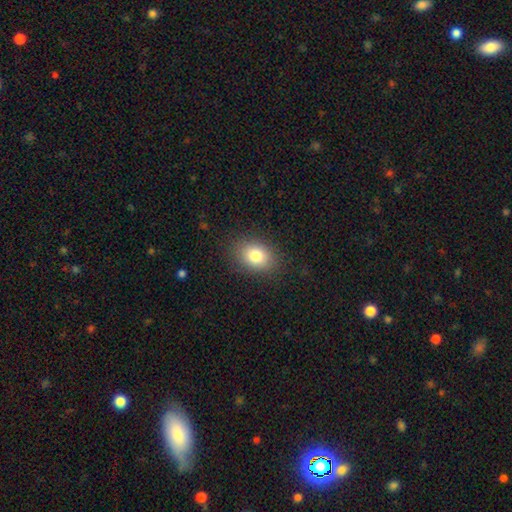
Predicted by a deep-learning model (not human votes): This is clearly a smooth galaxy (81%). How rounded: likely in between (69%). Merging: clearly none (86%).